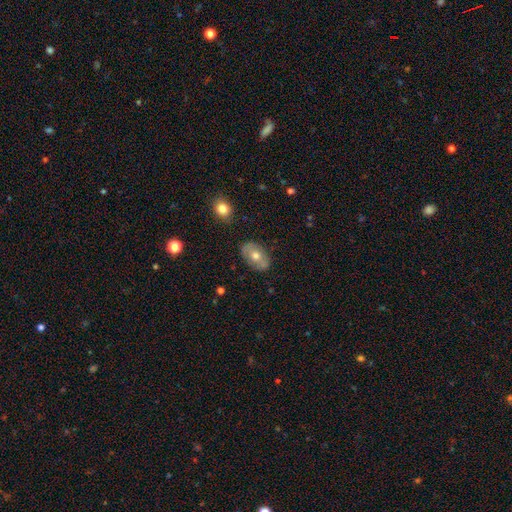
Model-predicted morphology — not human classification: The model was most divided on "smooth or featured": smooth: 57%, featured or disk: 36%, star or artifact: 7%. More confident: how rounded — in between (87%); merging — none (82%).